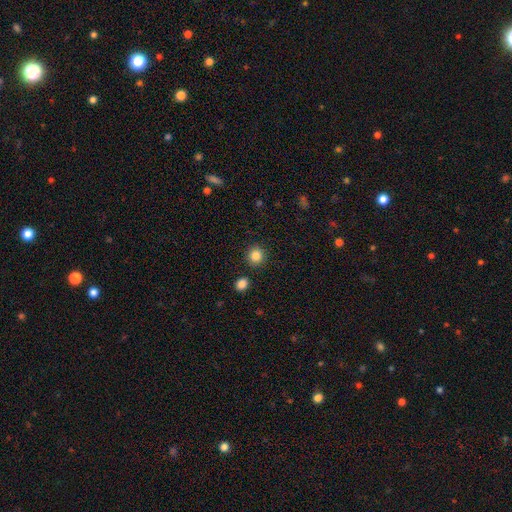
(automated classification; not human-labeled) Smooth or featured?
  - smooth: 85% *
  - star or artifact: 10%
  - featured or disk: 4%
How rounded?
  - round: 89% *
  - in between: 10%
  - cigar-shaped: 1%
Merging?
  - none: 88% *
  - minor disturbance: 6%
  - merger: 3%
  - major disturbance: 2%